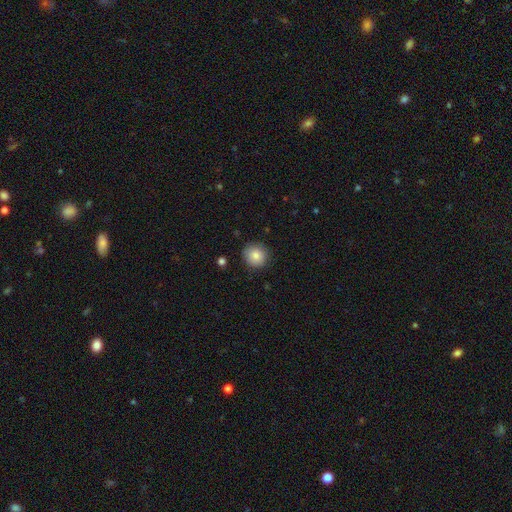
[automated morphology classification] smooth-or-featured: smooth: 84% | star or artifact: 9% | featured or disk: 8%
  how-rounded: round: 92% | in between: 7% | cigar-shaped: 1%
  merging: none: 87% | minor disturbance: 9% | major disturbance: 2% | merger: 1%